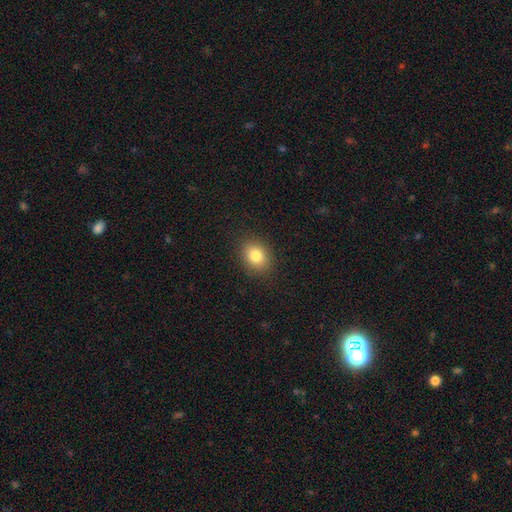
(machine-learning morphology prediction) A smooth galaxy with no disk features (82%) that is in between round and cigar-shaped (52%).

Vote fractions:
- Smooth or featured? smooth: 82% / star or artifact: 10% / featured or disk: 8%
- How rounded? in between: 52% / round: 47% / cigar-shaped: 1%
- Merging? none: 88% / minor disturbance: 8% / major disturbance: 3% / merger: 1%